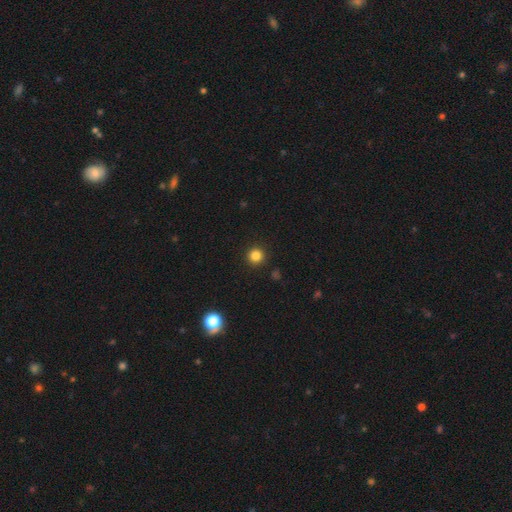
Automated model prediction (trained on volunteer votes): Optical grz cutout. It shows a smooth galaxy with no disk features (83%) that is round (95%). Merging: none (93%).